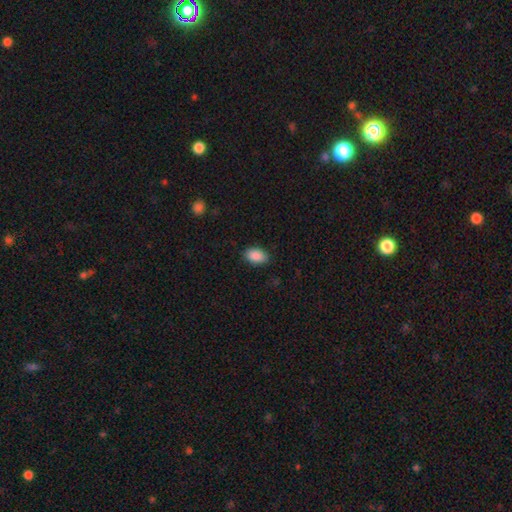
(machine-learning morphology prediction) type=smooth (90%); roundness=in between (90%); merging=none (87%).